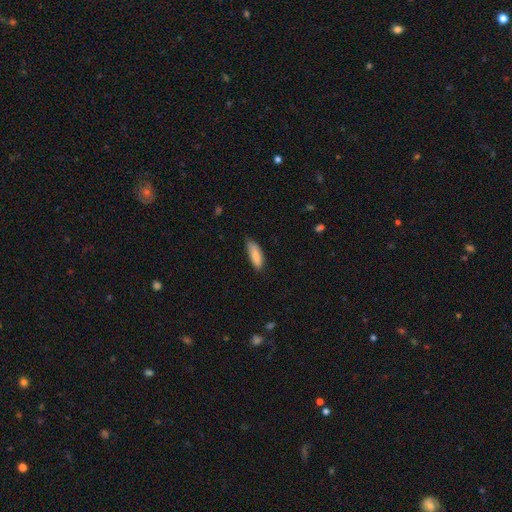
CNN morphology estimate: type=smooth (86%); roundness=in between (59%); merging=none (70%).